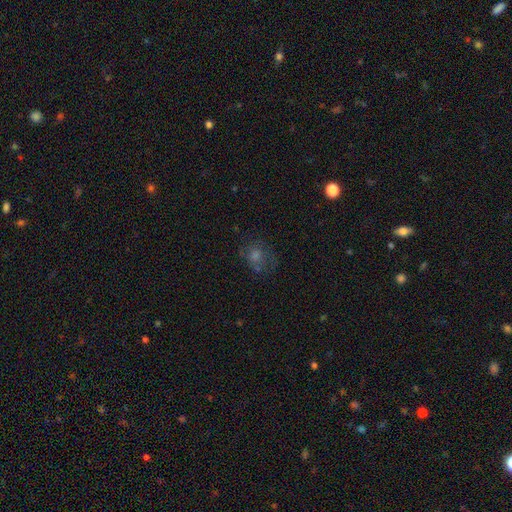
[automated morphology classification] Smooth or featured: smooth — 45% (featured or disk — 28%)
Merging: none — 64% (minor disturbance — 18%)